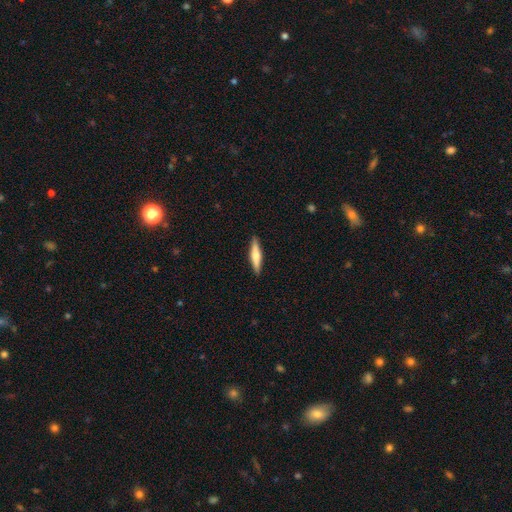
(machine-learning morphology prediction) This is possibly a smooth galaxy (55%). How rounded: clearly cigar-shaped (84%). Merging: clearly none (90%).